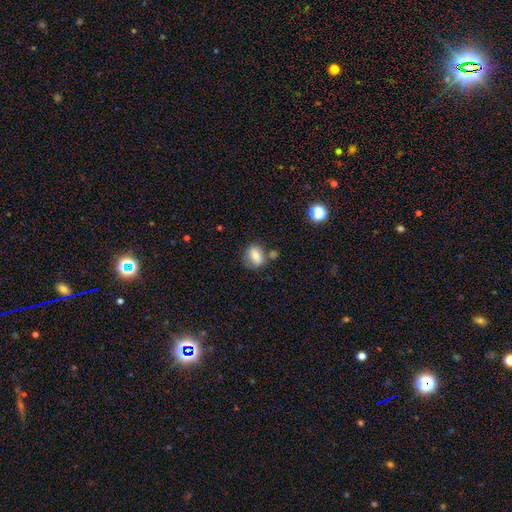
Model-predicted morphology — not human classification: type=smooth (73%); roundness=in between (51%); merging=none (56%).